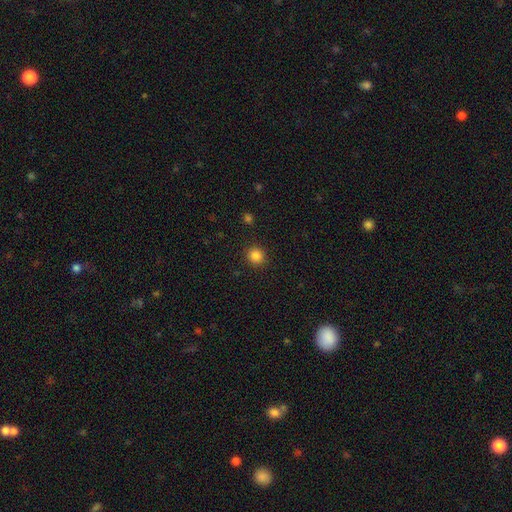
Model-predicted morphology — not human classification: smooth-or-featured: smooth: 85% | star or artifact: 11% | featured or disk: 4%
  how-rounded: round: 90% | in between: 9% | cigar-shaped: 1%
  merging: none: 91% | minor disturbance: 6% | major disturbance: 2% | merger: 1%